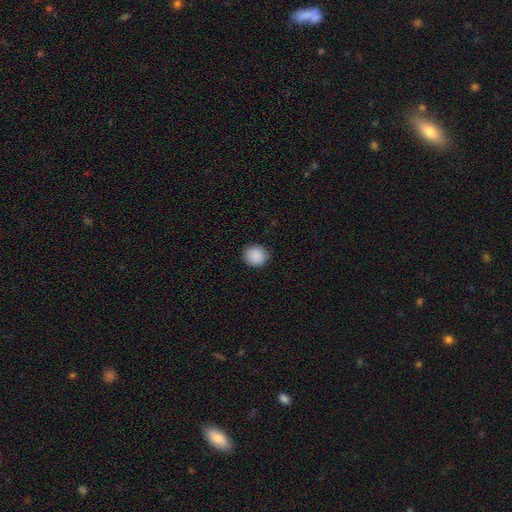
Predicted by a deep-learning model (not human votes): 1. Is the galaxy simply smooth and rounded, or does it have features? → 90% smooth, 8% star or artifact, 2% featured or disk.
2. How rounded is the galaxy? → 88% round, 11% in between, 1% cigar-shaped.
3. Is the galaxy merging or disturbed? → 91% none, 7% minor disturbance, 2% major disturbance, 1% merger.